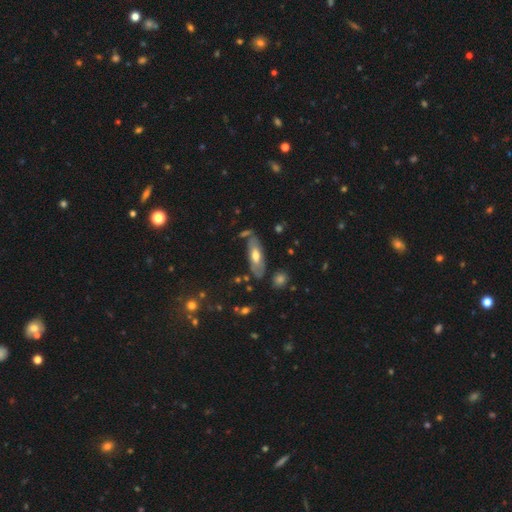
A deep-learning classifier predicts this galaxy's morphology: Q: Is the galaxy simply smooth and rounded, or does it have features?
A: smooth — 47%.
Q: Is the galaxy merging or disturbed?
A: none — 72%.